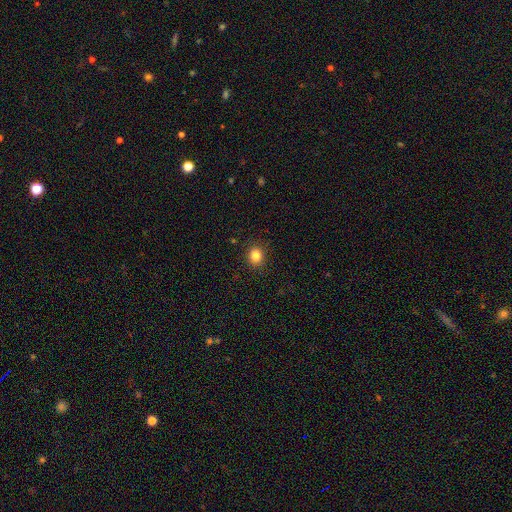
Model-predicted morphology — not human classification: Overall: smooth (83%). How rounded: round (76%). Merging: none (91%).